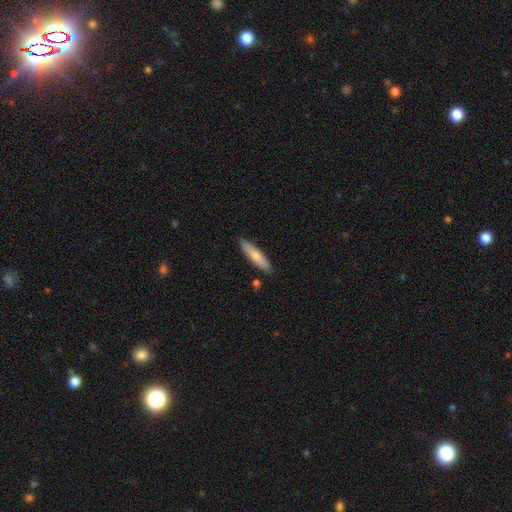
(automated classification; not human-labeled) Smooth or featured? smooth (72%)
How rounded? cigar-shaped (79%)
Merging? none (87%)